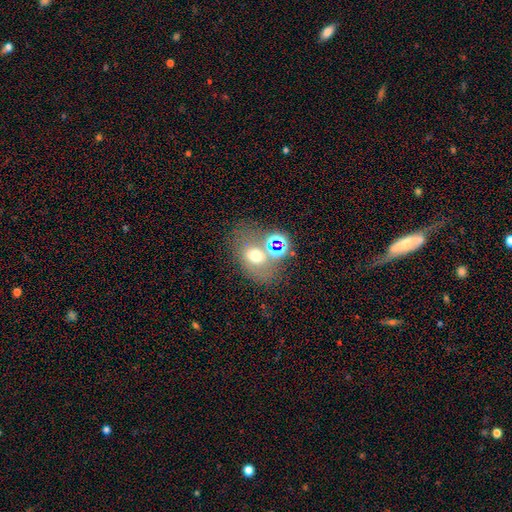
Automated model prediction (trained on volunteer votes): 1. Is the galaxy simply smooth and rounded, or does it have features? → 55% smooth, 23% featured or disk, 22% star or artifact.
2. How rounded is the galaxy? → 62% in between, 36% round, 1% cigar-shaped.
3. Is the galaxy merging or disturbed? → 51% none, 26% merger, 14% minor disturbance, 10% major disturbance.